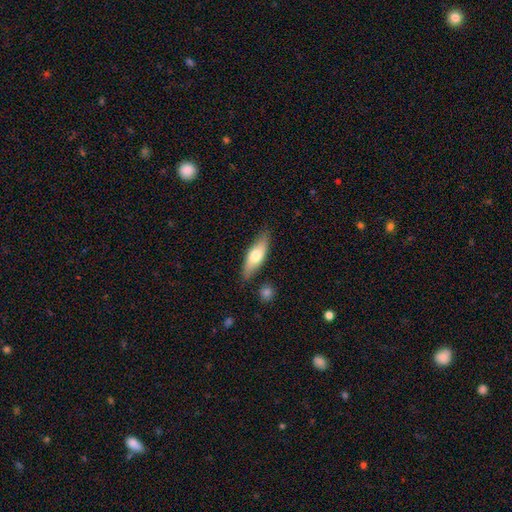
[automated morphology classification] Smooth or featured? smooth (65%)
How rounded? in between (58%)
Merging? none (82%)